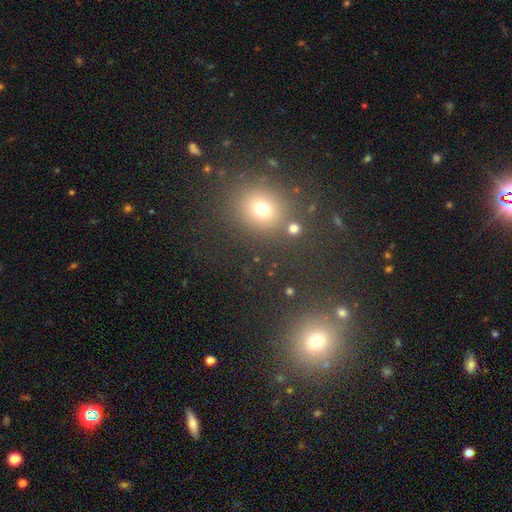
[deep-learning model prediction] This is possibly a smooth galaxy (52%). How rounded: clearly round (81%). Merging: likely none (80%).